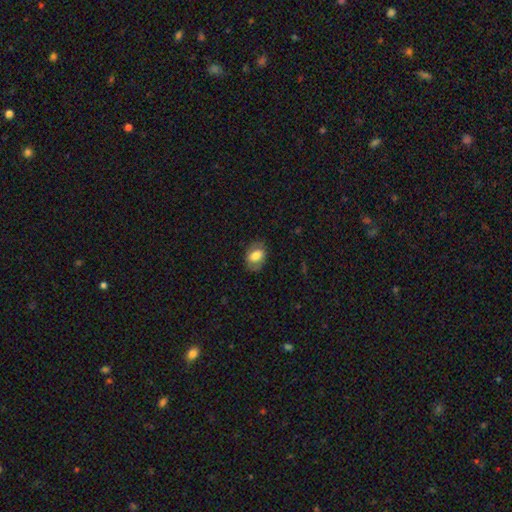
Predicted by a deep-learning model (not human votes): smooth 72%, featured or disk 21%, star or artifact 7%. Down the decision tree: how rounded — in between (80%); merging — none (77%).